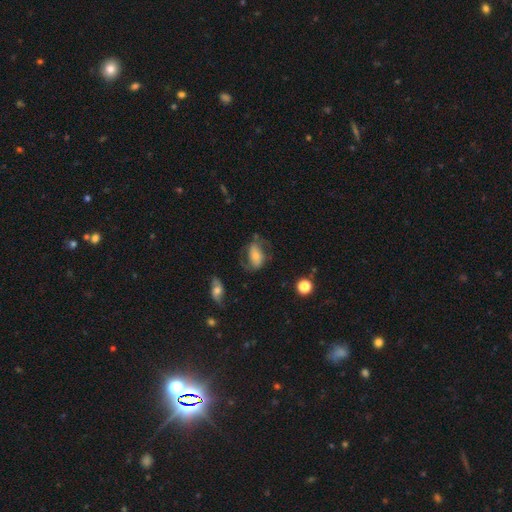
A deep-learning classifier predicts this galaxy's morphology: This is possibly a featured or disk galaxy (56%). It is clearly not viewed edge-on (94%). Bar: marginally no (43%). Spiral arm pattern: clearly yes (80%). Central bulge: marginally moderate (44%). Merging: possibly none (52%).